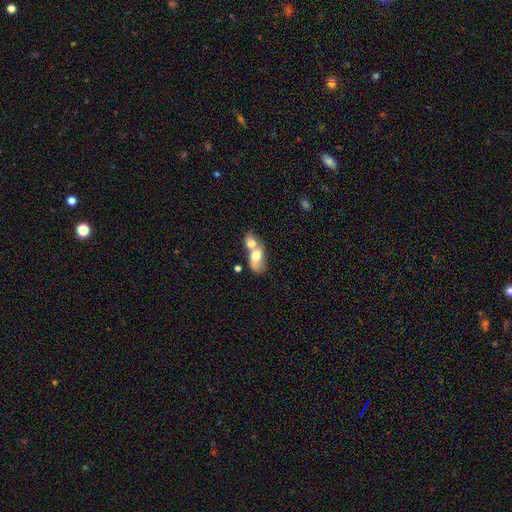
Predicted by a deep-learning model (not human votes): smooth 66%, featured or disk 27%, star or artifact 7%. Down the decision tree: how rounded — in between (79%); merging — merger (78%).